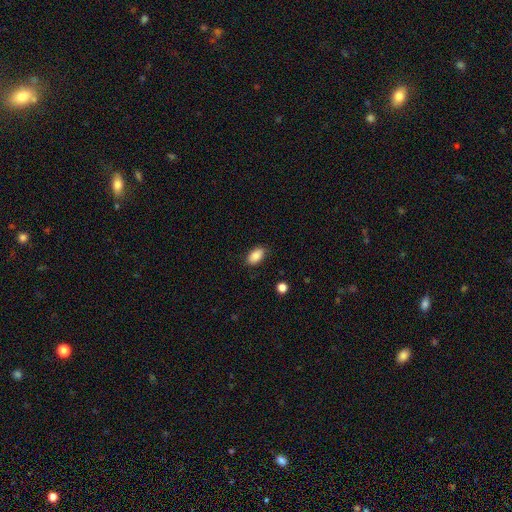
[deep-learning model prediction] The model was most divided on "merging": none: 84%, minor disturbance: 12%, major disturbance: 3%, merger: 1%. More confident: how rounded — in between (92%); smooth or featured — smooth (86%).